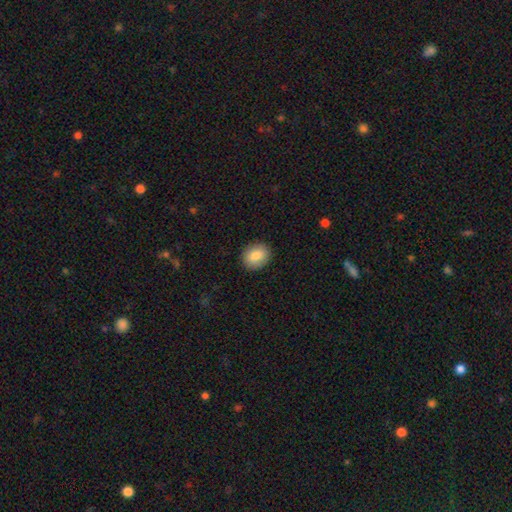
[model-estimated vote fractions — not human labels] Smooth or featured: smooth — 84% (featured or disk — 8%)
How rounded: round — 52% (in between — 47%)
Merging: none — 89% (minor disturbance — 8%)